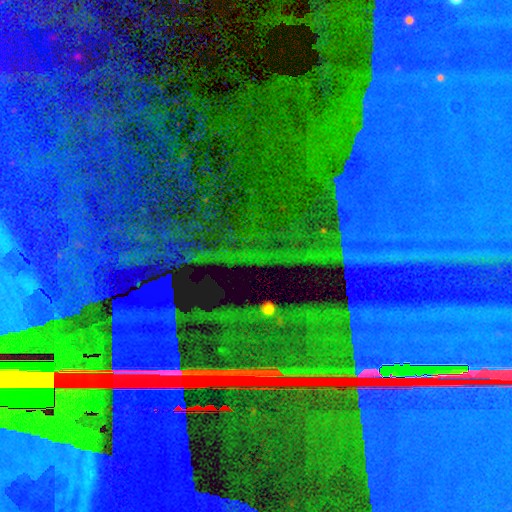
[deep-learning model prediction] The model was most divided on "smooth or featured": star or artifact: 82%, featured or disk: 11%, smooth: 7%.